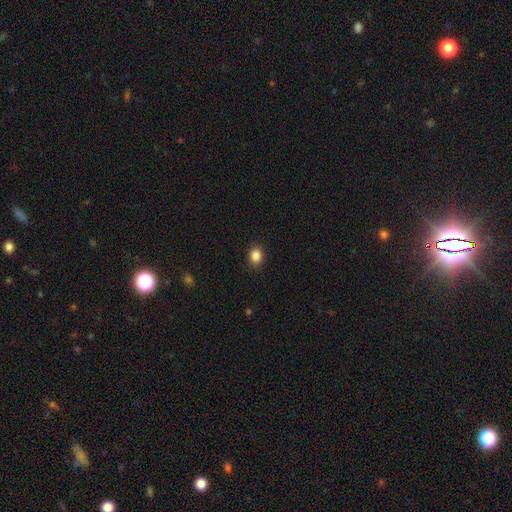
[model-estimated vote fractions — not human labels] Smooth or featured?
  - smooth: 86% *
  - star or artifact: 10%
  - featured or disk: 4%
How rounded?
  - round: 50% *
  - in between: 49%
  - cigar-shaped: 1%
Merging?
  - none: 89% *
  - minor disturbance: 8%
  - major disturbance: 2%
  - merger: 1%